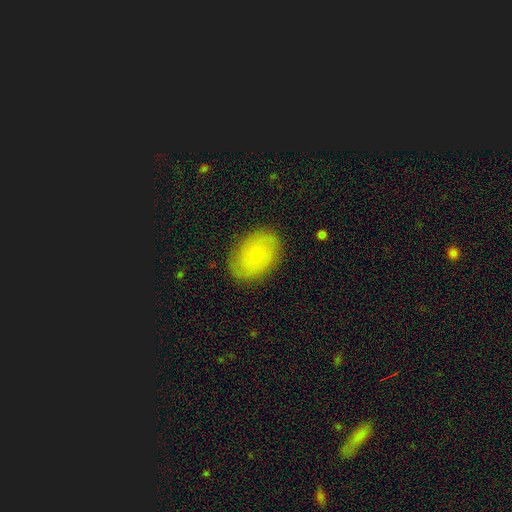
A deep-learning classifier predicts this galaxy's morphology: type=smooth (55%); roundness=in between (78%); merging=none (84%).